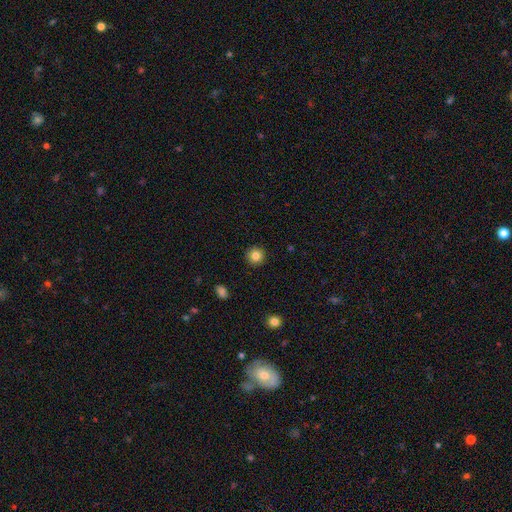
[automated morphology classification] Smooth or featured? smooth (84%)
How rounded? round (95%)
Merging? none (93%)